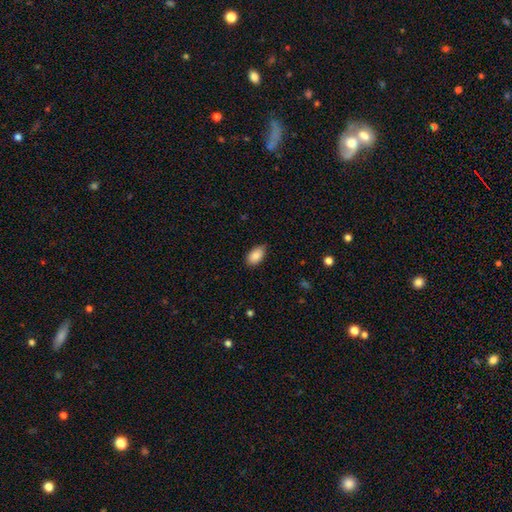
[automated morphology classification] smooth-or-featured: smooth: 87% | star or artifact: 7% | featured or disk: 6%
  how-rounded: in between: 93% | round: 5% | cigar-shaped: 2%
  merging: none: 77% | minor disturbance: 19% | major disturbance: 3% | merger: 1%